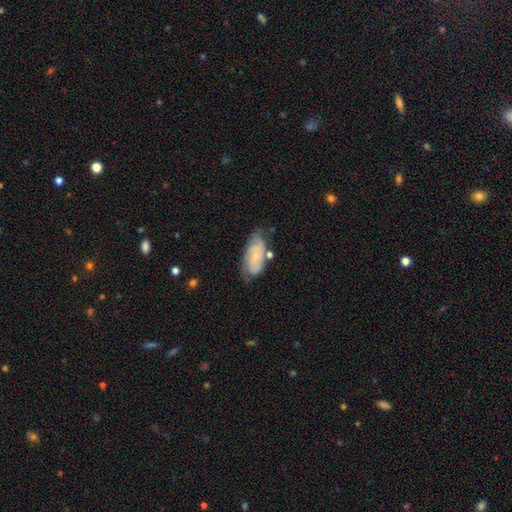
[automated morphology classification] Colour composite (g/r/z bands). It shows a featured or disk galaxy (63%) with no bar (75%), spiral arms (85%) and a small central bulge (71%). Merging: none (60%).